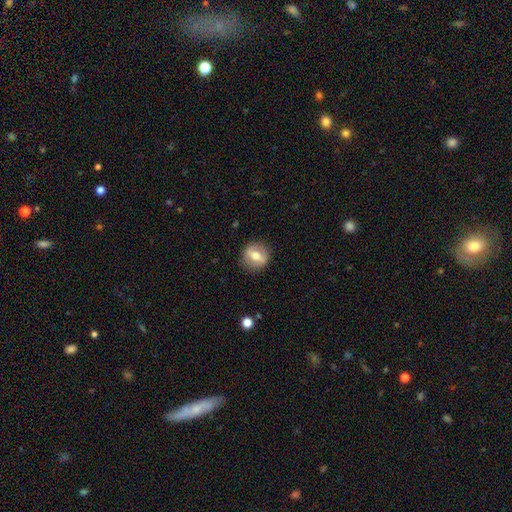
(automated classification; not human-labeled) smooth_or_featured: smooth (p=0.47) [alt: featured or disk p=0.46]
merging: none (p=0.86) [alt: minor disturbance p=0.10]